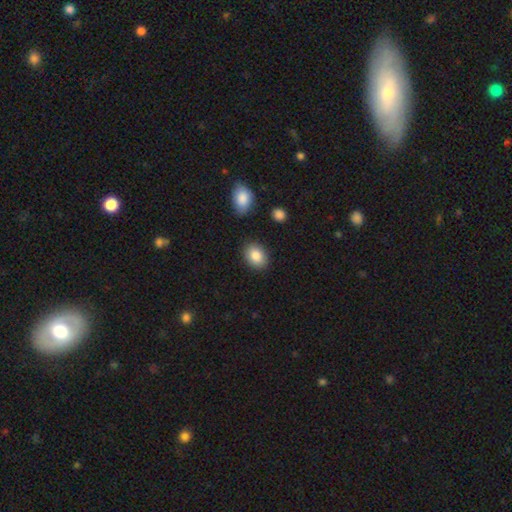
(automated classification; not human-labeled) This is clearly a smooth galaxy (86%). How rounded: likely in between (67%). Merging: clearly none (85%).